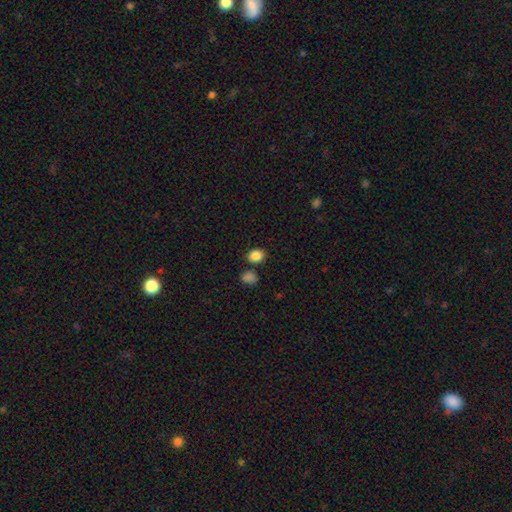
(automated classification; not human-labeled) Smooth or featured? smooth (87%)
How rounded? in between (53%)
Merging? none (77%)